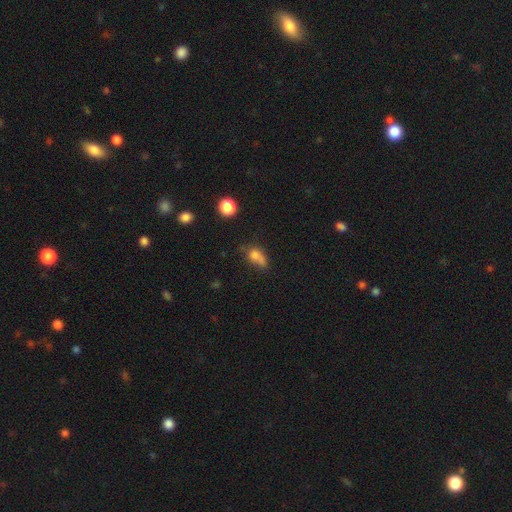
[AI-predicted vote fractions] Smooth or featured? Predicted: smooth (p=0.70). How rounded? Predicted: in between (p=0.67). Merging? Predicted: none (p=0.33).